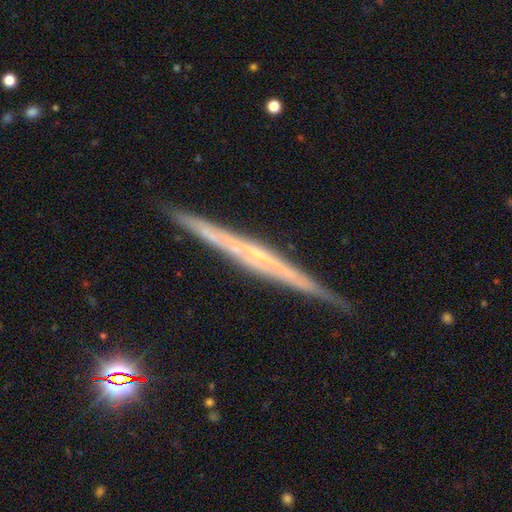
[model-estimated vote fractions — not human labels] This is likely a featured or disk galaxy (78%). It is clearly viewed edge-on (97%). Edge-on bulge: likely none (62%). Merging: clearly none (89%).